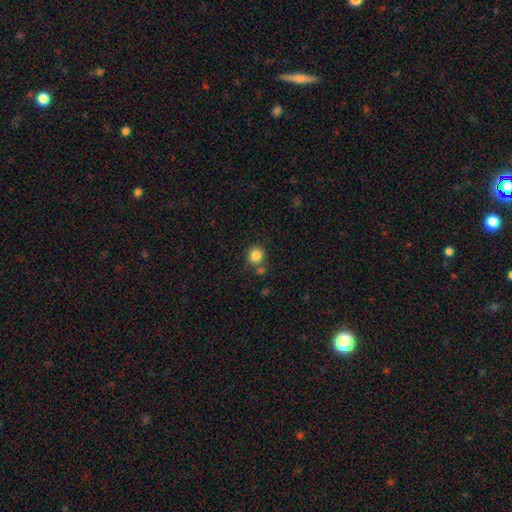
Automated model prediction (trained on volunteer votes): smooth_or_featured: smooth (p=0.85) [alt: star or artifact p=0.11]
how_rounded: round (p=0.88) [alt: in between p=0.11]
merging: none (p=0.76) [alt: merger p=0.11]